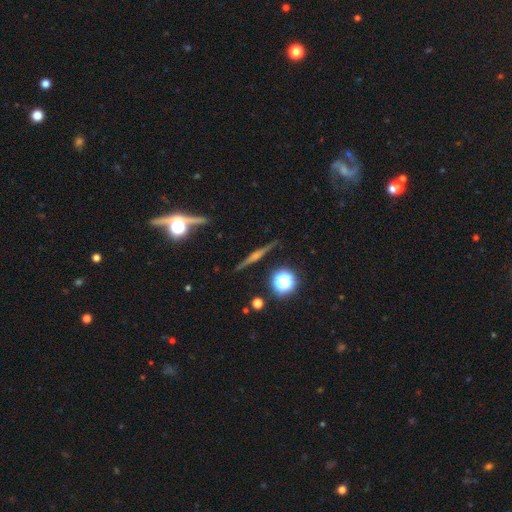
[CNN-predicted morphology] A featured or disk galaxy (78%) viewed edge-on (97%) with a rounded central bulge (81%). Merging: none (89%).